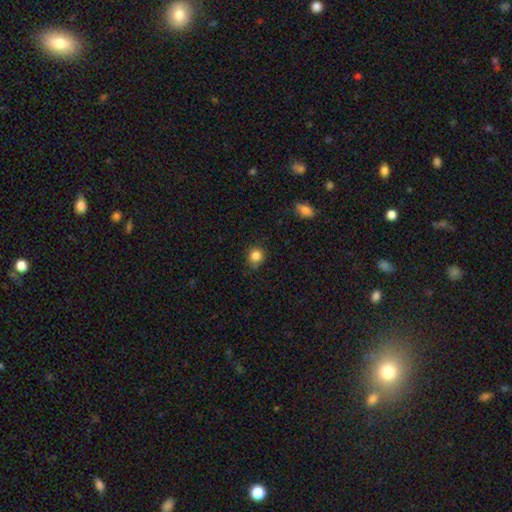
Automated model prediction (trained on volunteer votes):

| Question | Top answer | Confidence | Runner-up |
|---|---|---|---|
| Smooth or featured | smooth | 85% | star or artifact (11%) |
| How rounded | round | 86% | in between (13%) |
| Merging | none | 78% | minor disturbance (17%) |